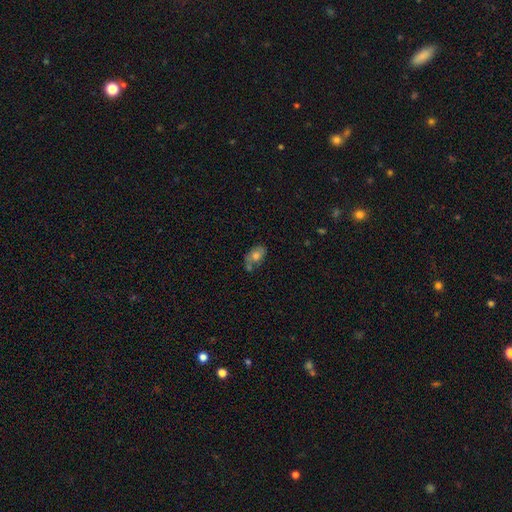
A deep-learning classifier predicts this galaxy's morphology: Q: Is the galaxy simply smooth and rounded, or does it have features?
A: smooth — 57%.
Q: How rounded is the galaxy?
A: in between — 82%.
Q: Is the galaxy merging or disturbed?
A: none — 47%.